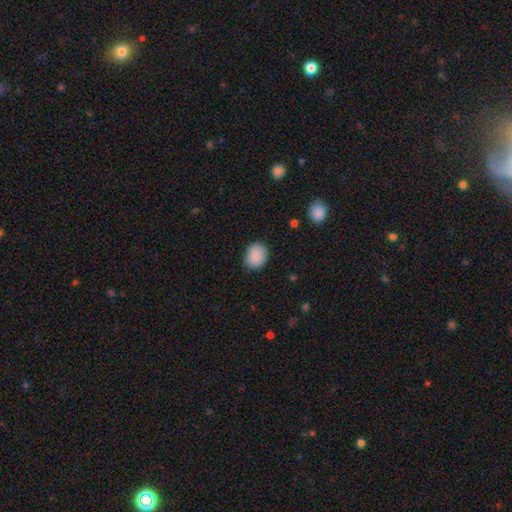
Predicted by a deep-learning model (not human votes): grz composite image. It shows a smooth galaxy with no disk features (89%) that is round (54%). Merging: none (85%).